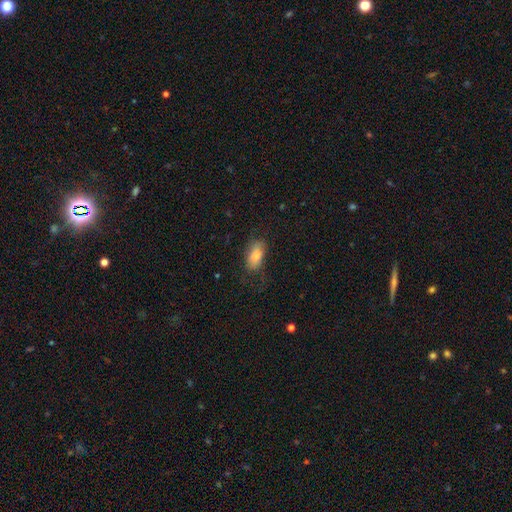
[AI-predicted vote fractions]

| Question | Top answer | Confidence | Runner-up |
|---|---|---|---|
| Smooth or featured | smooth | 76% | featured or disk (16%) |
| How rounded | in between | 88% | cigar-shaped (8%) |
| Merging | none | 69% | minor disturbance (20%) |